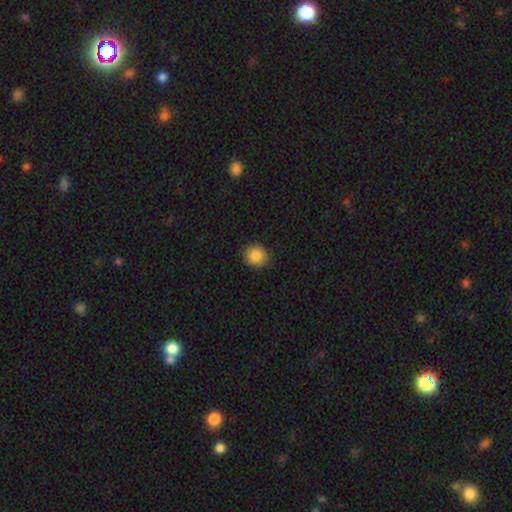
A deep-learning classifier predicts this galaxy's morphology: Smooth or featured? Predicted: smooth (p=0.87). How rounded? Predicted: round (p=0.80). Merging? Predicted: none (p=0.88).